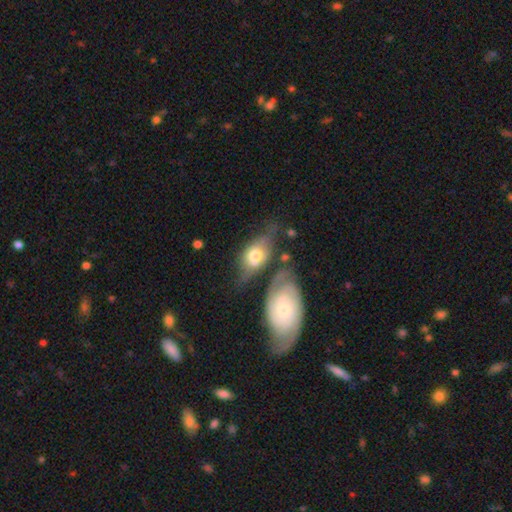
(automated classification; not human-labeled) A smooth galaxy with no disk features (50%) that is in between round and cigar-shaped (82%).

Vote fractions:
- Smooth or featured? smooth: 50% / featured or disk: 43% / star or artifact: 6%
- How rounded? in between: 82% / round: 14% / cigar-shaped: 5%
- Merging? none: 37% / merger: 26% / minor disturbance: 23% / major disturbance: 14%